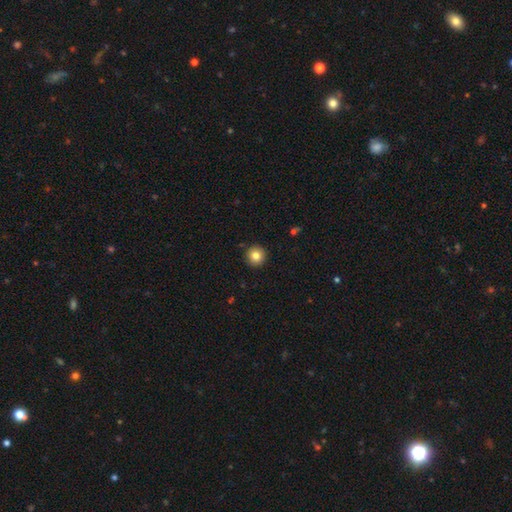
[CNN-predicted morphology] type=smooth (82%); roundness=round (96%); merging=none (92%).